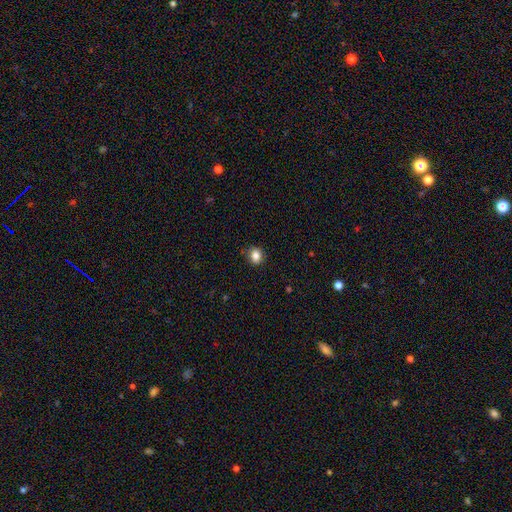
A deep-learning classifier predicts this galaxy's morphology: A smooth galaxy with no disk features (84%) that is round (68%).

Vote fractions:
- Smooth or featured? smooth: 84% / star or artifact: 10% / featured or disk: 6%
- How rounded? round: 68% / in between: 31% / cigar-shaped: 1%
- Merging? none: 87% / minor disturbance: 9% / major disturbance: 2% / merger: 1%